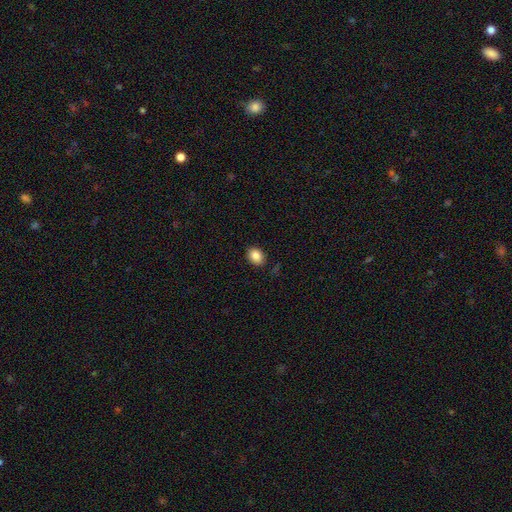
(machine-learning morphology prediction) Smooth or featured: smooth — 86% (star or artifact — 9%)
How rounded: in between — 69% (round — 30%)
Merging: none — 87% (minor disturbance — 9%)